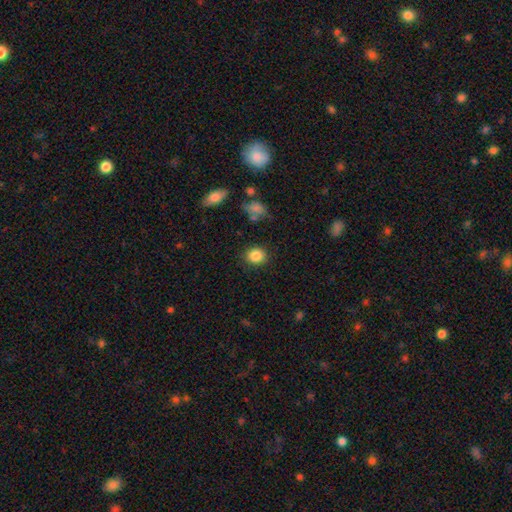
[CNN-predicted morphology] smooth 86%, star or artifact 10%, featured or disk 5%. Down the decision tree: how rounded — round (75%); merging — none (87%).